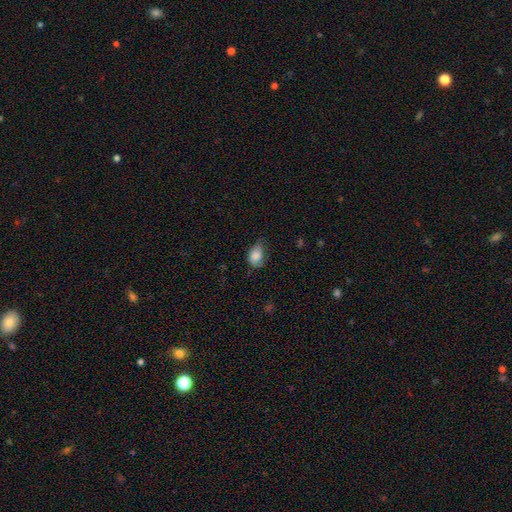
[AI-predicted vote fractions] This is likely a smooth galaxy (77%). How rounded: likely in between (78%). Merging: marginally minor disturbance (42%).